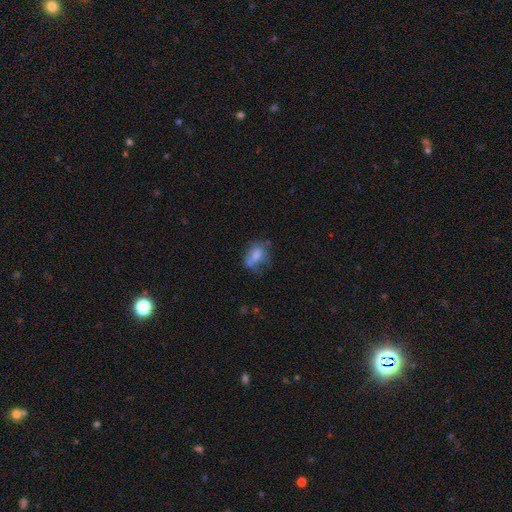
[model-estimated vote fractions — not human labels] The model was most divided on "merging": none: 37%, minor disturbance: 25%, major disturbance: 20%, merger: 18%. More confident: how rounded — in between (75%); smooth or featured — smooth (62%).